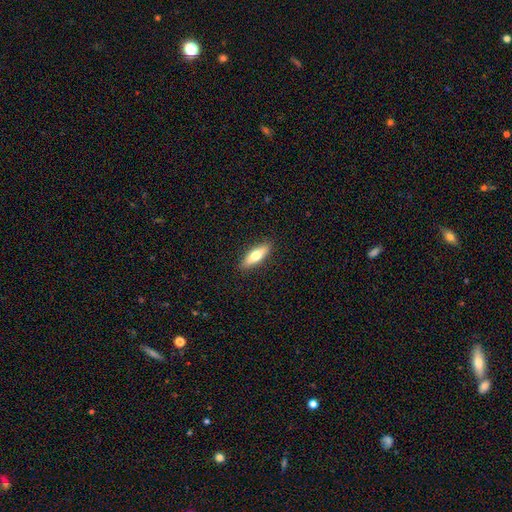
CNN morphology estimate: This is likely a smooth galaxy (66%). How rounded: possibly cigar-shaped (51%). Merging: clearly none (90%).